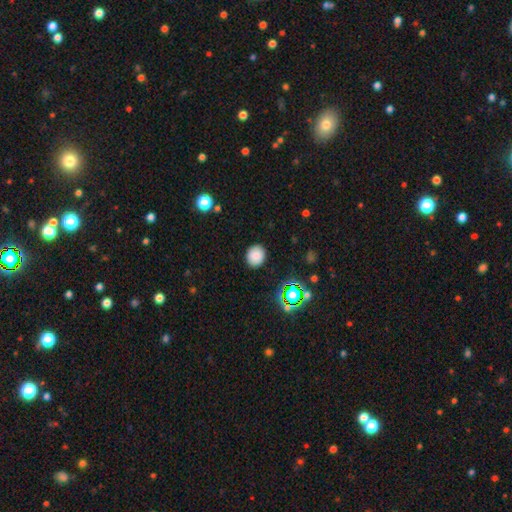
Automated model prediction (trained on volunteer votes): Smooth or featured? Predicted: smooth (p=0.82). How rounded? Predicted: round (p=0.80). Merging? Predicted: none (p=0.89).